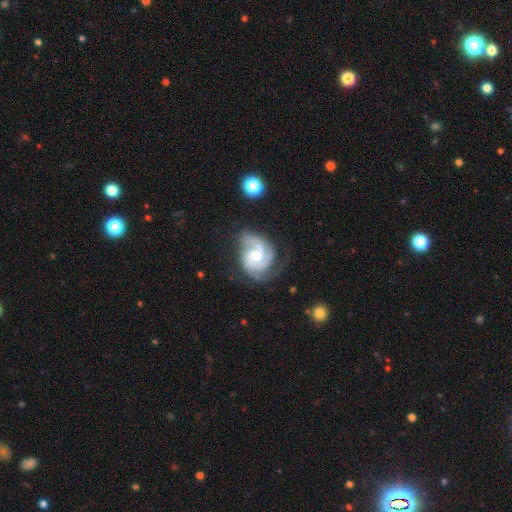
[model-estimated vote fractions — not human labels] A featured or disk galaxy (88%) with a weak bar (47%), 2 (51%) medium (45%, tied with tight) spiral arms (98%) and a moderate central bulge (52%). Merging: none (59%).